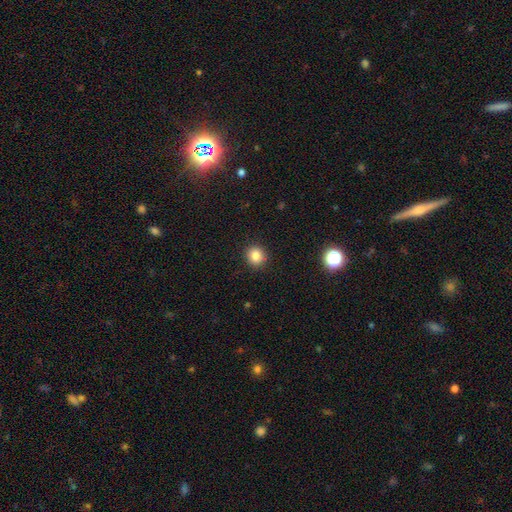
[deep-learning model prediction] Q: Smooth or featured?
A: smooth (83%); runner-up: star or artifact (11%)
Q: How rounded?
A: round (88%); runner-up: in between (11%)
Q: Merging?
A: none (91%); runner-up: minor disturbance (6%)